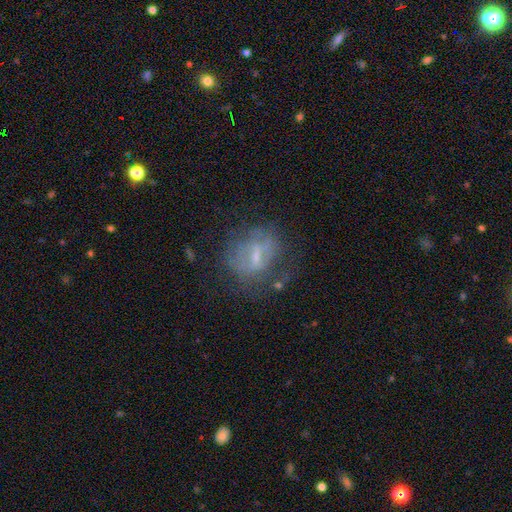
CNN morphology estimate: type=featured or disk (56%); edge-on=no (93%); bar=weak (46%); spiral arms=no (67%); bulge=small (54%); merging=none (54%).